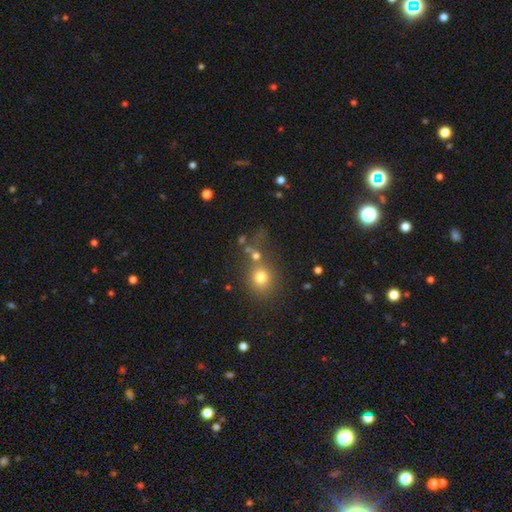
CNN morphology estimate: Q: Smooth or featured?
A: smooth (68%); runner-up: star or artifact (20%)
Q: How rounded?
A: round (77%); runner-up: in between (21%)
Q: Merging?
A: none (49%); runner-up: merger (31%)